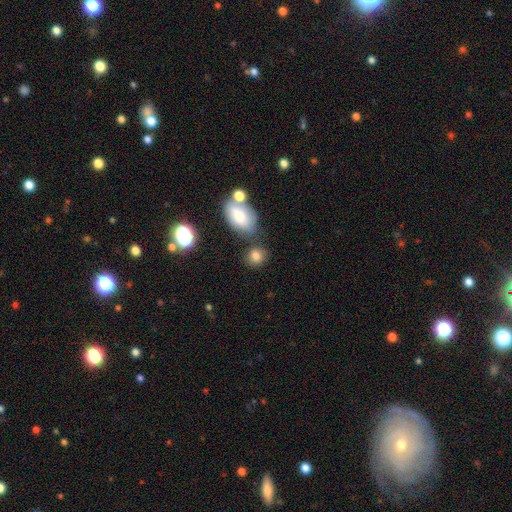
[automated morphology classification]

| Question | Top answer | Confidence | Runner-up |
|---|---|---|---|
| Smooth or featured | smooth | 80% | star or artifact (12%) |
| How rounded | round | 68% | in between (30%) |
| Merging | none | 68% | minor disturbance (14%) |